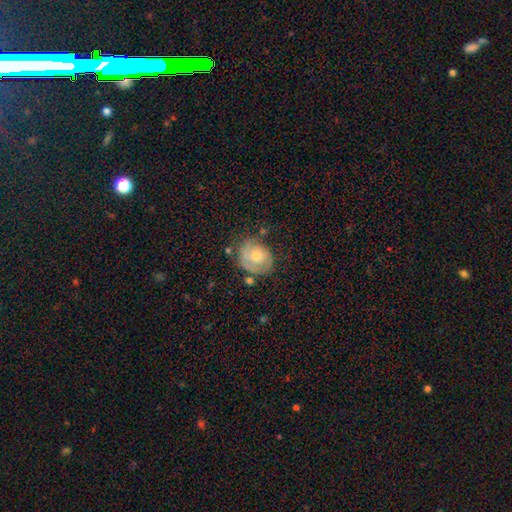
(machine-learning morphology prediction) featured or disk 47%, smooth 45%, star or artifact 8%. Down the decision tree: merging — none (57%).